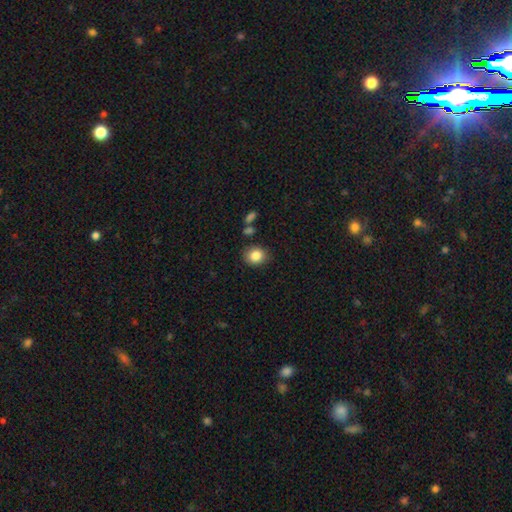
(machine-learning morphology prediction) type=smooth (85%); roundness=round (68%); merging=none (83%).